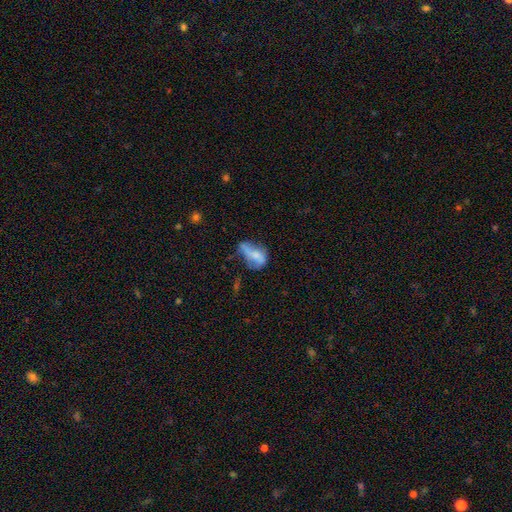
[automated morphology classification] Smooth or featured? Predicted: smooth (p=0.51). How rounded? Predicted: in between (p=0.82). Merging? Predicted: major disturbance (p=0.30).